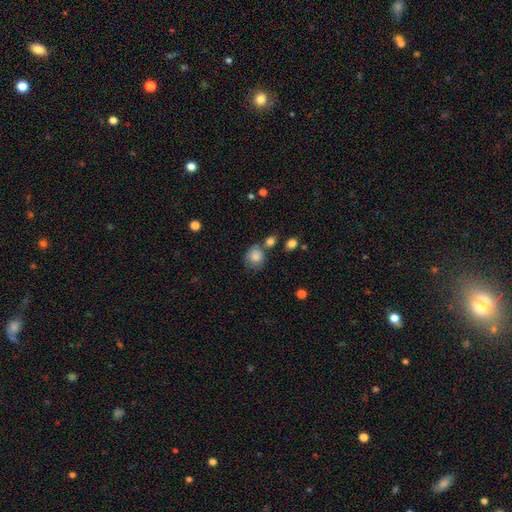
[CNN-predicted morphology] A smooth galaxy with no disk features (82%) that is round (79%).

Vote fractions:
- Smooth or featured? smooth: 82% / star or artifact: 9% / featured or disk: 8%
- How rounded? round: 79% / in between: 20% / cigar-shaped: 1%
- Merging? none: 62% / minor disturbance: 18% / merger: 13% / major disturbance: 6%